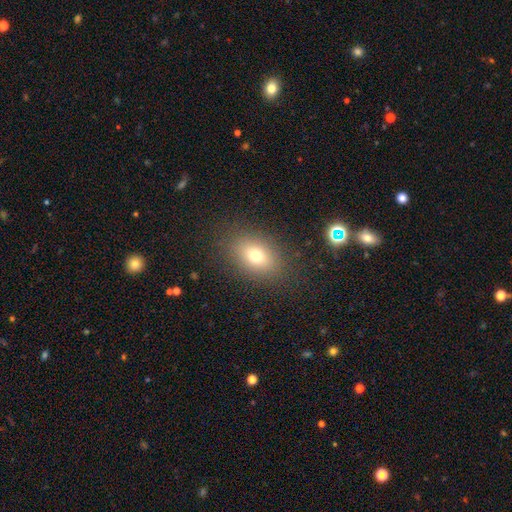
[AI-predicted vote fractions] This is likely a smooth galaxy (72%). How rounded: likely in between (73%). Merging: clearly none (84%).